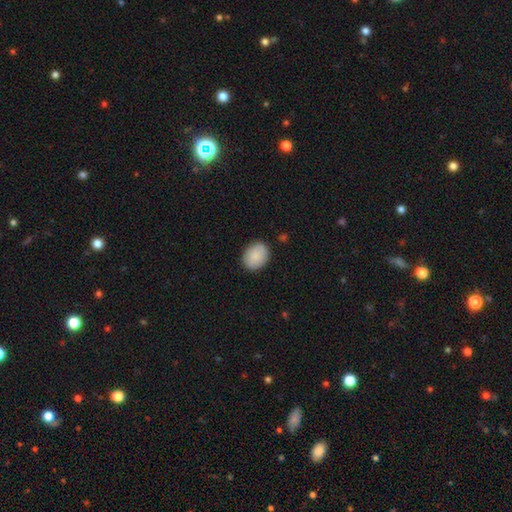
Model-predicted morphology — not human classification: type=smooth (85%); roundness=in between (61%); merging=none (85%).